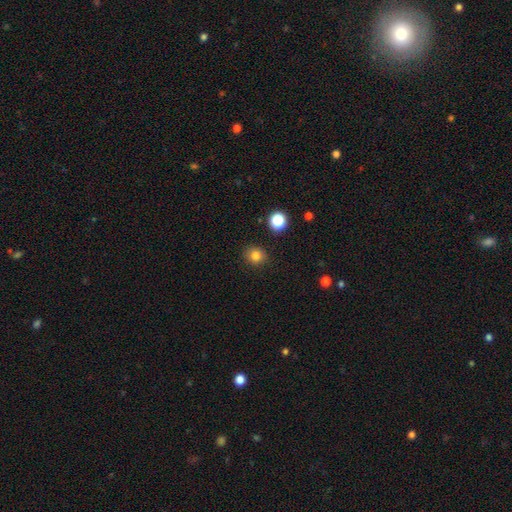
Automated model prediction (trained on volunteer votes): The model was most divided on "smooth or featured": smooth: 82%, star or artifact: 13%, featured or disk: 5%. More confident: merging — none (89%); how rounded — round (84%).